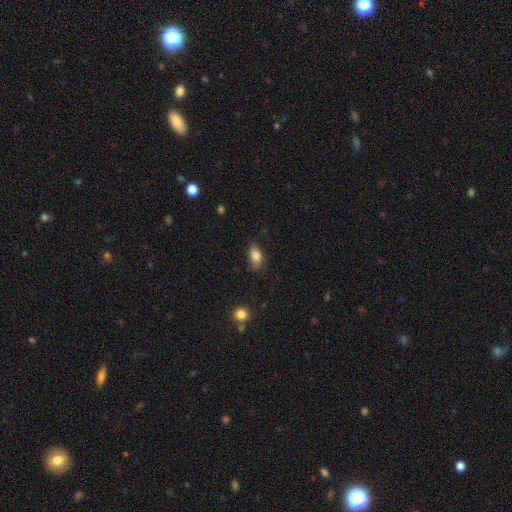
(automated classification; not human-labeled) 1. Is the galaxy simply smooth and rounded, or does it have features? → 84% smooth, 8% star or artifact, 8% featured or disk.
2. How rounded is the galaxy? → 88% in between, 8% round, 4% cigar-shaped.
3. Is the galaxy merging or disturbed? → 69% none, 24% minor disturbance, 5% major disturbance, 2% merger.